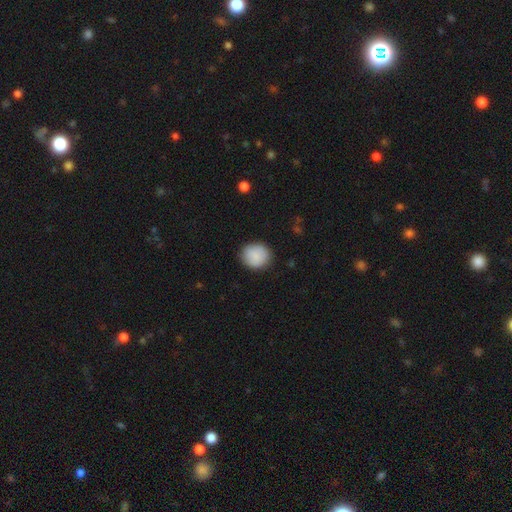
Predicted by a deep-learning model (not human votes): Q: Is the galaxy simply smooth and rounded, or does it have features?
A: smooth — 88%.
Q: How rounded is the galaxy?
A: round — 83%.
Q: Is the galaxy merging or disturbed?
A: none — 87%.